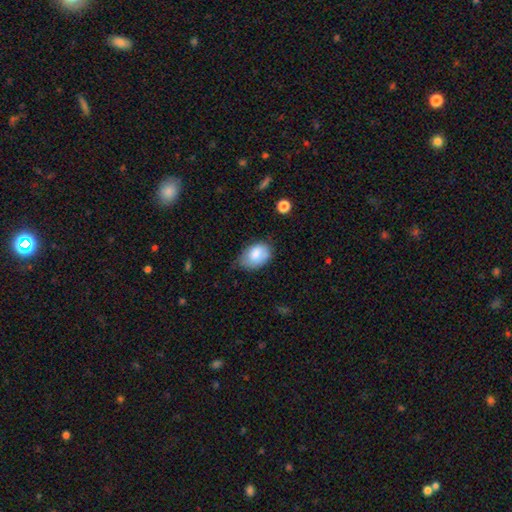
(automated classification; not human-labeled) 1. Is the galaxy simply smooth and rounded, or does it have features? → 80% smooth, 13% featured or disk, 7% star or artifact.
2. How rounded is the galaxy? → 86% in between, 13% round, 1% cigar-shaped.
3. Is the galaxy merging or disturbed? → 55% none, 36% minor disturbance, 7% major disturbance, 2% merger.